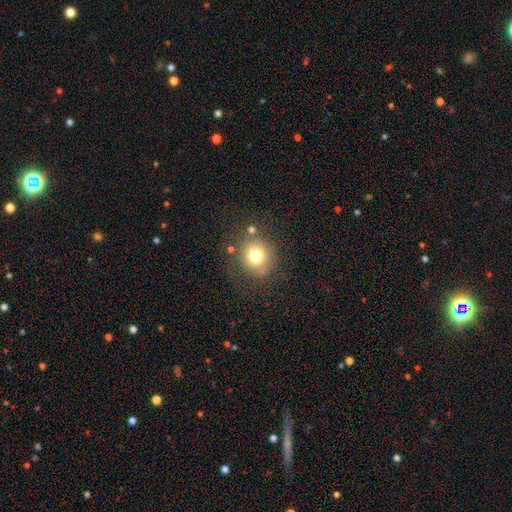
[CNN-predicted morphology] smooth 74%, star or artifact 13%, featured or disk 13%. Down the decision tree: how rounded — round (85%); merging — none (76%).